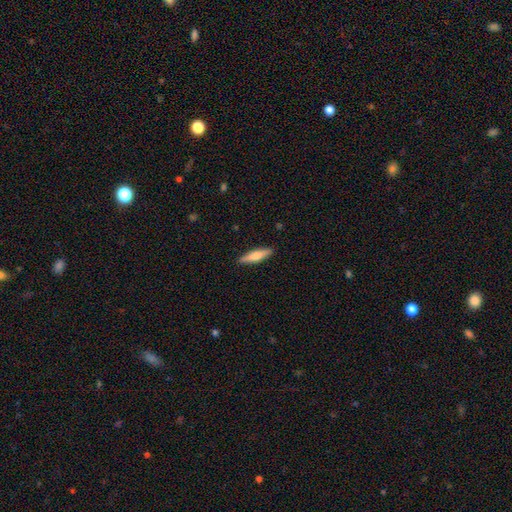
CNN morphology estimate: This is likely a smooth galaxy (65%). How rounded: likely cigar-shaped (75%). Merging: clearly none (90%).